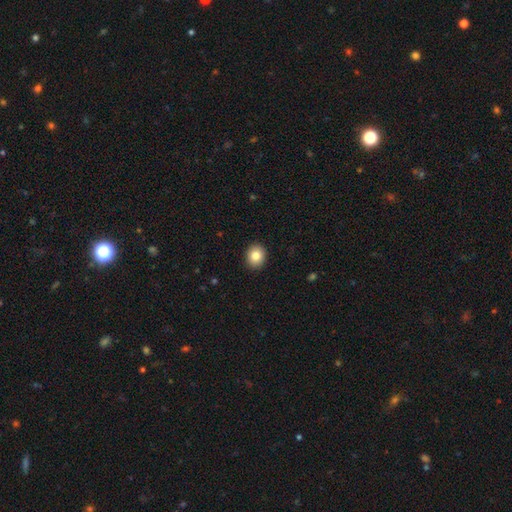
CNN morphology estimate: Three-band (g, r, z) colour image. It shows a smooth galaxy with no disk features (84%) that is round (65%). Merging: none (92%).